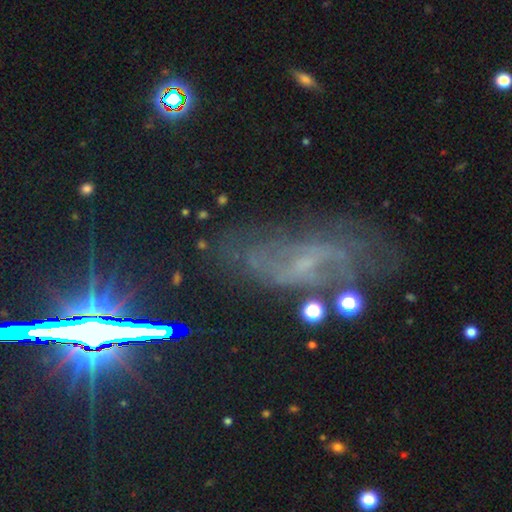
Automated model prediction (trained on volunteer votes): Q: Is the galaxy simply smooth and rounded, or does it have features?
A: featured or disk — 67%.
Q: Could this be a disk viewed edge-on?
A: no — 91%.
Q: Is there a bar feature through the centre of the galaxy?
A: weak — 46%.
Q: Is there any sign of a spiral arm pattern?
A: yes — 74%.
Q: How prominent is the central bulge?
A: small — 51%.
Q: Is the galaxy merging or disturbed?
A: none — 52%.